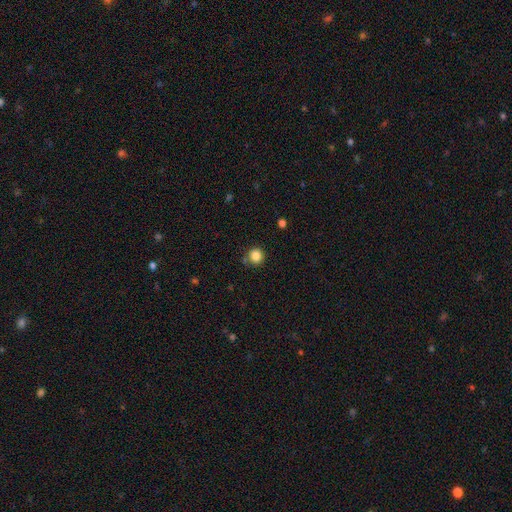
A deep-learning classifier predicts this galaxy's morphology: Smooth or featured?
  - smooth: 84% *
  - star or artifact: 11%
  - featured or disk: 5%
How rounded?
  - round: 92% *
  - in between: 7%
  - cigar-shaped: 1%
Merging?
  - none: 80% *
  - minor disturbance: 12%
  - merger: 5%
  - major disturbance: 3%